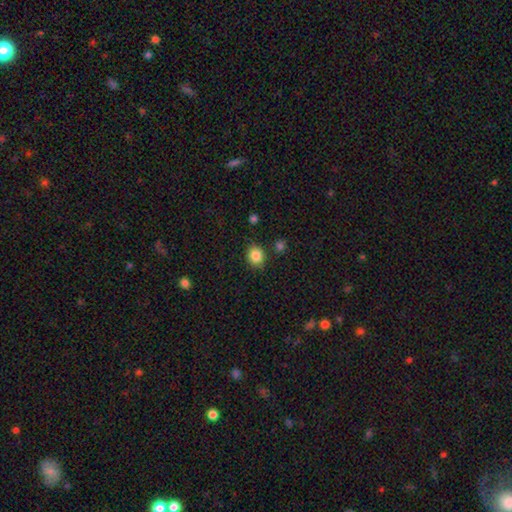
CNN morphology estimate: A smooth galaxy with no disk features (86%) that is round (70%). Merging: none (83%).